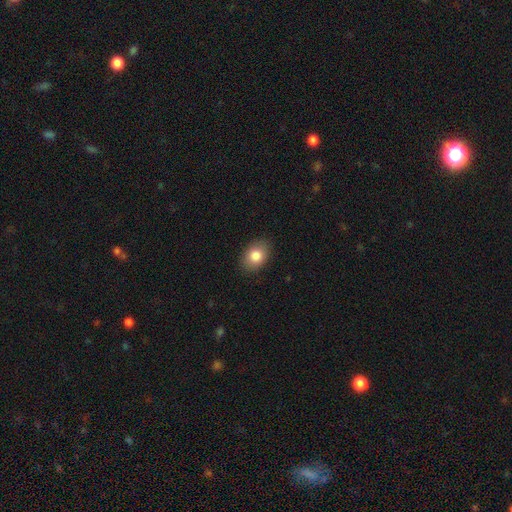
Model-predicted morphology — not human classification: Smooth or featured? smooth (83%)
How rounded? in between (73%)
Merging? none (87%)